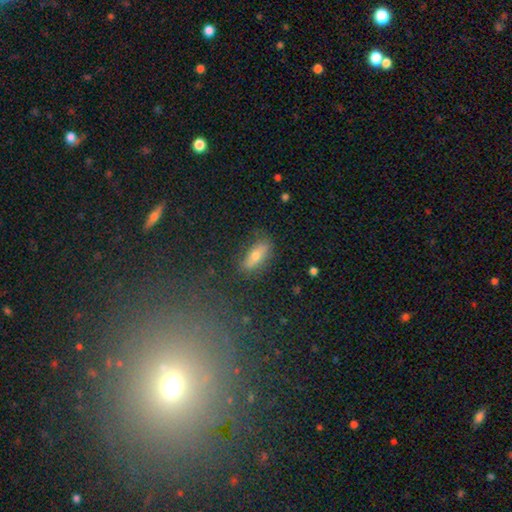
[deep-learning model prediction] Morphology: type=smooth (56%); roundness=in between (68%); merging=none (78%).